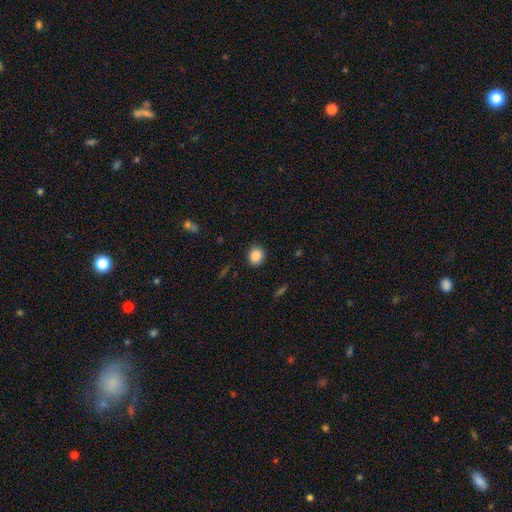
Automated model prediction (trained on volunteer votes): This appears to be a smooth galaxy with no disk features (86%) that is round (65%). Merging: none (88%).